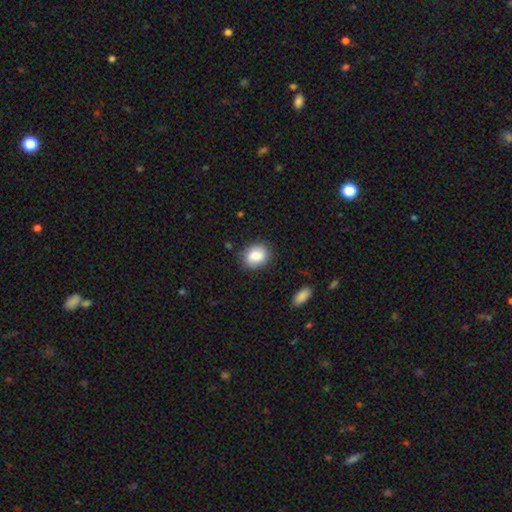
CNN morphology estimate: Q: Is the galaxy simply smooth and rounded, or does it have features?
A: smooth — 84%.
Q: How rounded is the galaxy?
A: in between — 53%.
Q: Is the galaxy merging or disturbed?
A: none — 83%.